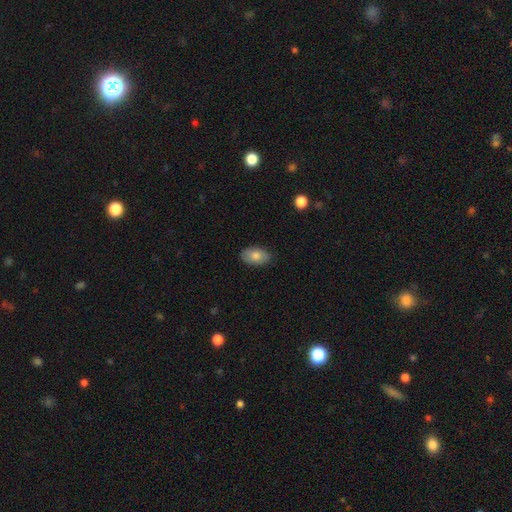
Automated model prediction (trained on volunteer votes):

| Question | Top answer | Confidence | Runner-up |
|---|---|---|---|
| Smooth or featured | smooth | 81% | featured or disk (12%) |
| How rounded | in between | 92% | round (7%) |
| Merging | none | 86% | minor disturbance (11%) |